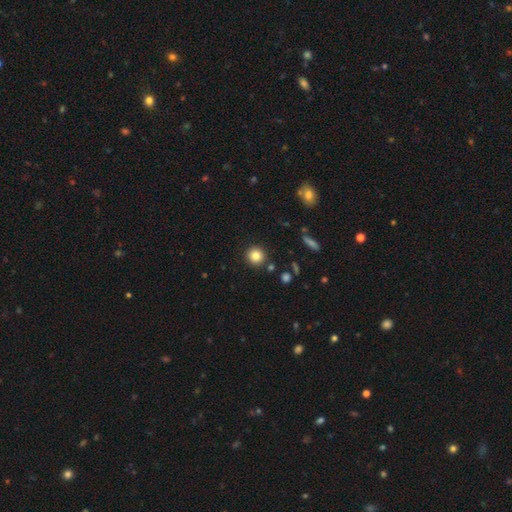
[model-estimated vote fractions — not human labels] The model was most divided on "smooth or featured": smooth: 82%, star or artifact: 11%, featured or disk: 7%. More confident: how rounded — round (93%); merging — none (89%).